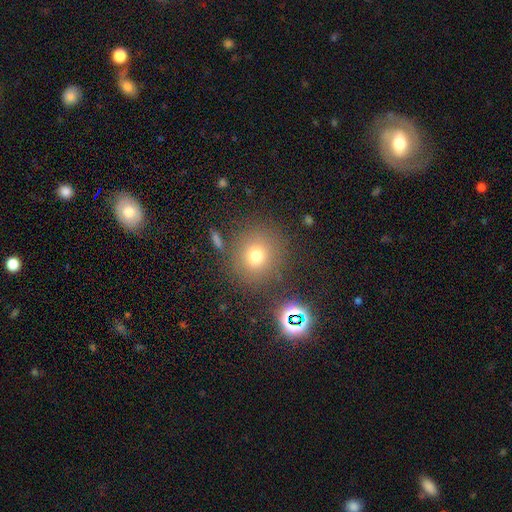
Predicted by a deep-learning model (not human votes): The model was most divided on "smooth or featured": smooth: 72%, star or artifact: 18%, featured or disk: 10%. More confident: how rounded — round (88%); merging — none (82%).